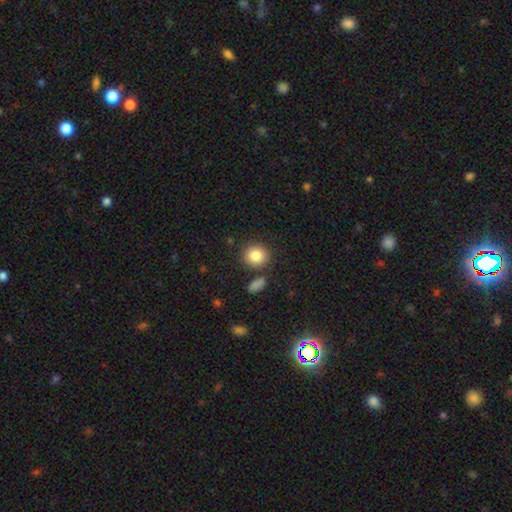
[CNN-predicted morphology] Smooth or featured: smooth — 85% (star or artifact — 9%)
How rounded: round — 82% (in between — 17%)
Merging: none — 81% (minor disturbance — 9%)